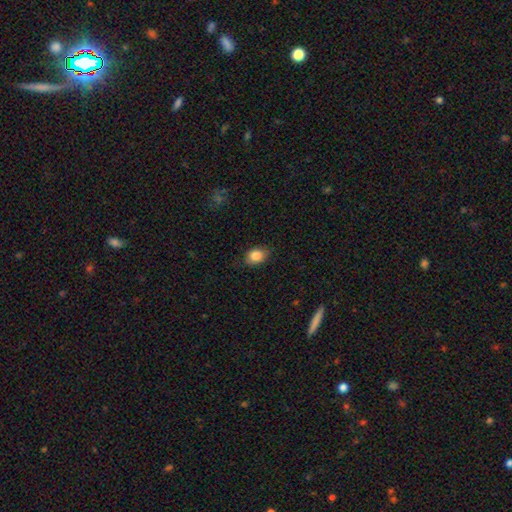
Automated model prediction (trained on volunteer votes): Smooth or featured? smooth (85%)
How rounded? in between (71%)
Merging? none (82%)